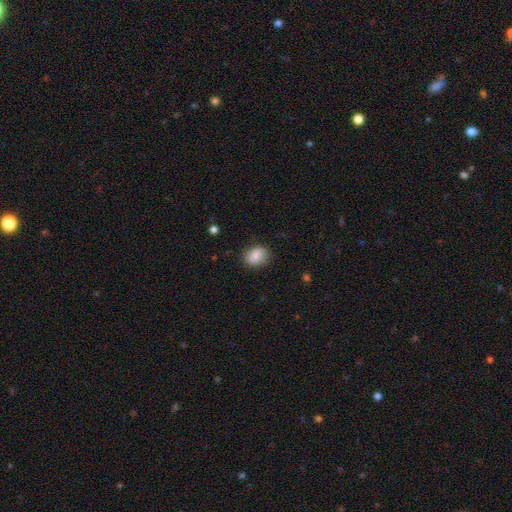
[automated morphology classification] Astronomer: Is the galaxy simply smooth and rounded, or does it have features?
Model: smooth — 86%.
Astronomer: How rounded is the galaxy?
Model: in between — 56% (runner-up: round, 43%).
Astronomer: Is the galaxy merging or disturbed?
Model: none — 82%.